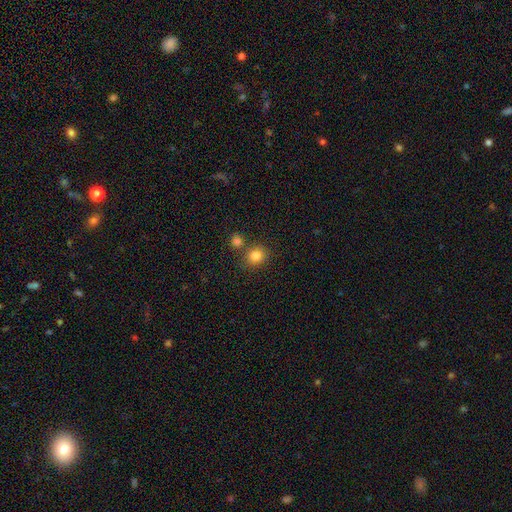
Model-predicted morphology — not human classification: A smooth galaxy with no disk features (83%) that is round (78%). Merging: none (70%).